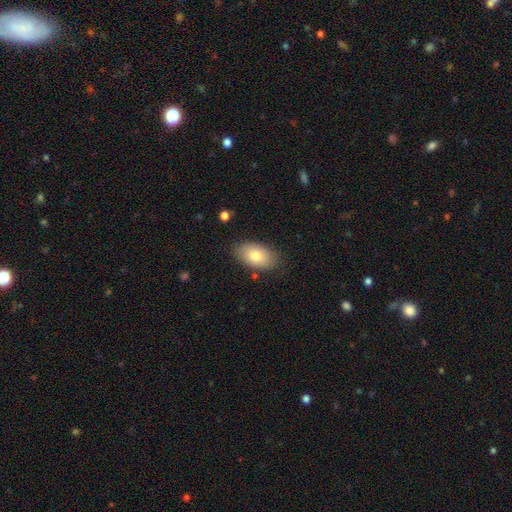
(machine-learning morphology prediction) The model was most divided on "smooth or featured": smooth: 77%, featured or disk: 16%, star or artifact: 7%. More confident: how rounded — in between (93%); merging — none (83%).